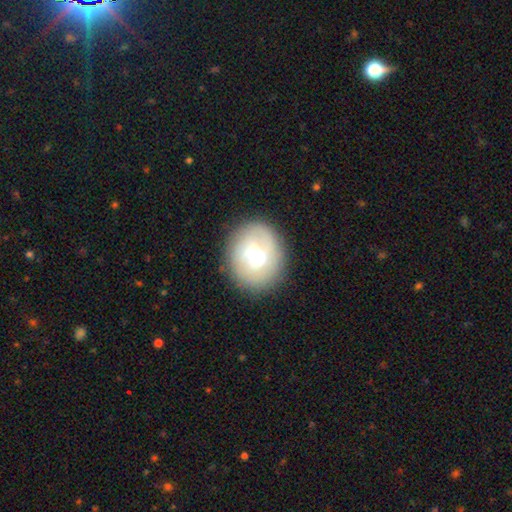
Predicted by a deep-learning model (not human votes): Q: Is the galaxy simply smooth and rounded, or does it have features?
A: smooth — 51%.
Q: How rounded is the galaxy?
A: round — 70%.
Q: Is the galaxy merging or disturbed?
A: none — 84%.